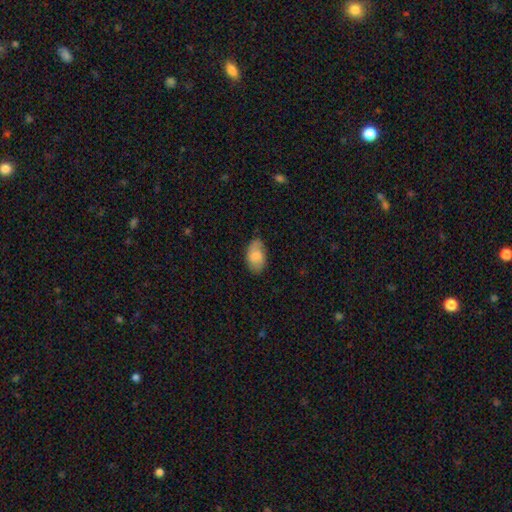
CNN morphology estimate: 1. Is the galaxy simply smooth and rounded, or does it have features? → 72% smooth, 21% featured or disk, 7% star or artifact.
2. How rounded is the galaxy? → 93% in between, 6% round, 1% cigar-shaped.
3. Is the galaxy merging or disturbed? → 73% none, 21% minor disturbance, 5% major disturbance, 1% merger.